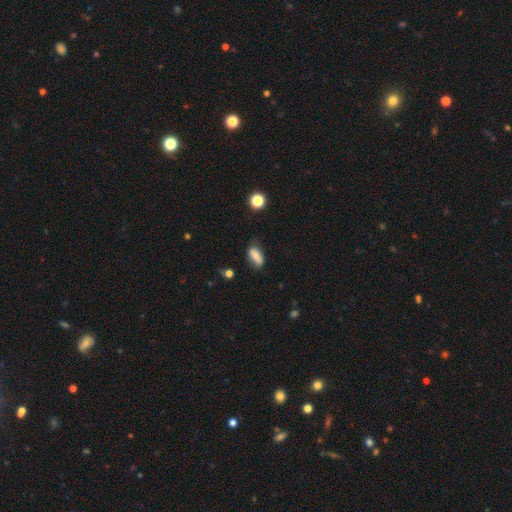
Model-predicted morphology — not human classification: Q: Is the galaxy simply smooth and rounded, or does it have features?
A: smooth — 77%.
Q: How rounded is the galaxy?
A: in between — 79%.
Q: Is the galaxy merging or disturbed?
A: none — 63%.